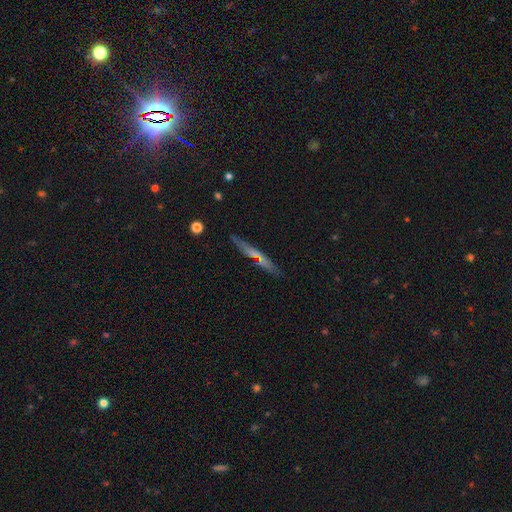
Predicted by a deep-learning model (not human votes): smooth-or-featured: featured or disk: 51% | smooth: 39% | star or artifact: 10%
  disk-edge-on: yes: 89% | no: 11%
  merging: none: 82% | minor disturbance: 12% | merger: 4% | major disturbance: 3%